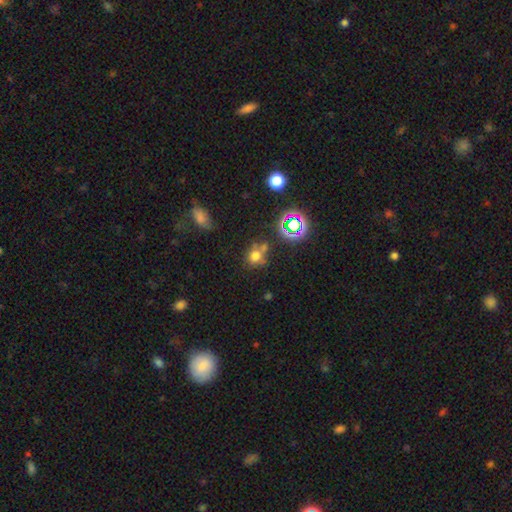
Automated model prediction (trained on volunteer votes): Morphology: type=smooth (63%); roundness=round (74%); merging=none (55%).